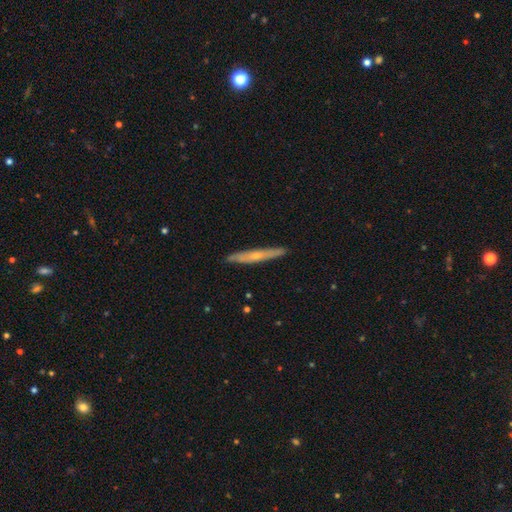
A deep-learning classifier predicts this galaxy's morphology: Smooth or featured?
  - featured or disk: 54% *
  - smooth: 40%
  - star or artifact: 6%
Edge-on disk?
  - yes: 91% *
  - no: 9%
Merging?
  - none: 89% *
  - minor disturbance: 9%
  - major disturbance: 1%
  - merger: 1%